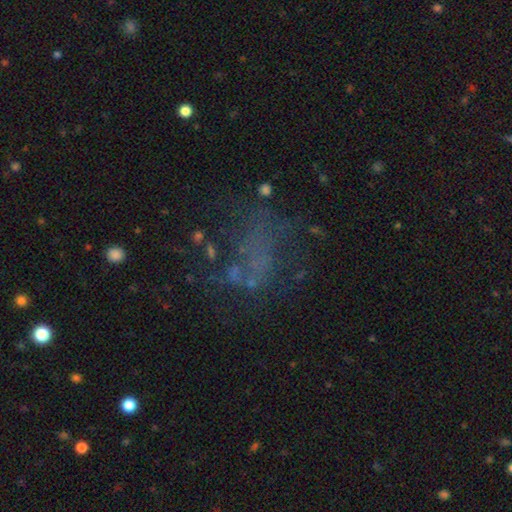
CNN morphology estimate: This appears to be a star or artifact, not a galaxy (38%).